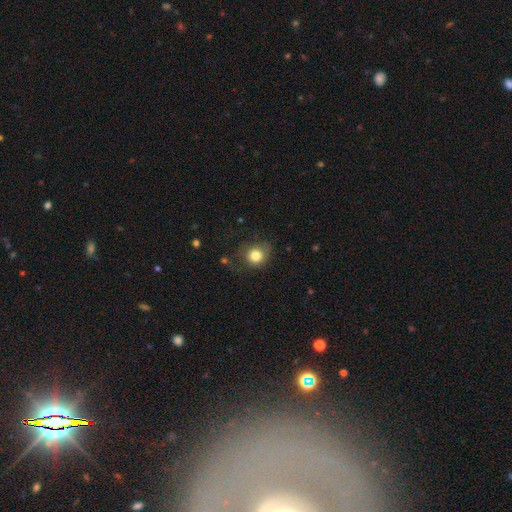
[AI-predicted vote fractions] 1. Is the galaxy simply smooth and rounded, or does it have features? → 82% smooth, 11% star or artifact, 7% featured or disk.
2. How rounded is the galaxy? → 81% round, 18% in between, 1% cigar-shaped.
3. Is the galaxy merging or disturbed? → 67% none, 21% minor disturbance, 9% major disturbance, 2% merger.